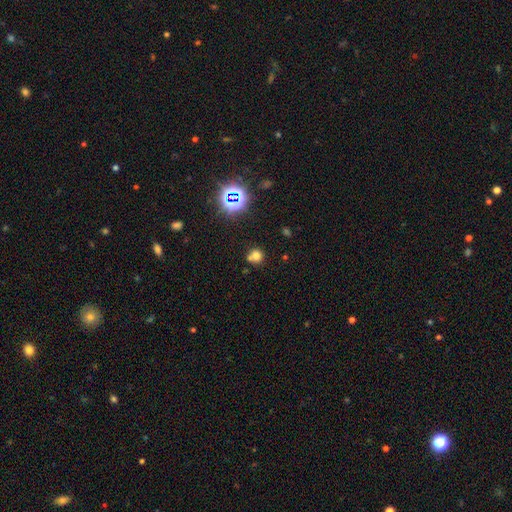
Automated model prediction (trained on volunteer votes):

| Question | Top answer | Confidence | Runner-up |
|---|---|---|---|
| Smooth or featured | smooth | 68% | star or artifact (20%) |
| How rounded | round | 86% | in between (13%) |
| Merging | none | 53% | merger (33%) |